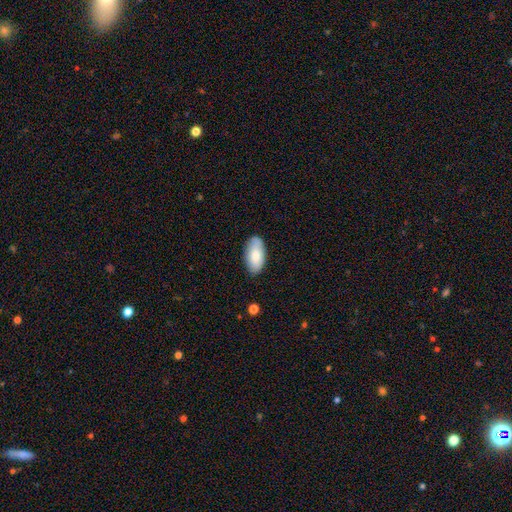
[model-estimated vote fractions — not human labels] Morphology: type=smooth (78%); roundness=in between (94%); merging=none (82%).